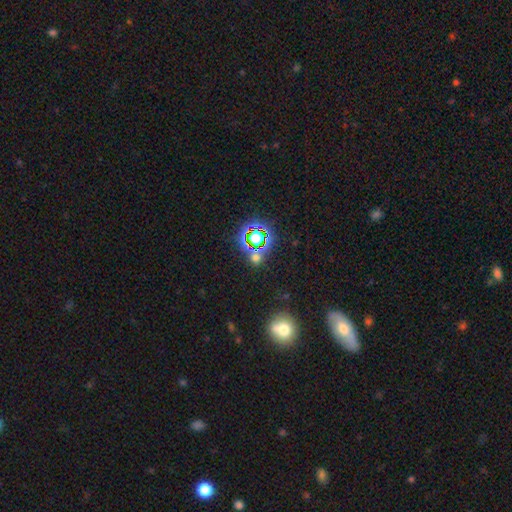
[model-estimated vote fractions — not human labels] Smooth or featured? Predicted: star or artifact (p=0.68).